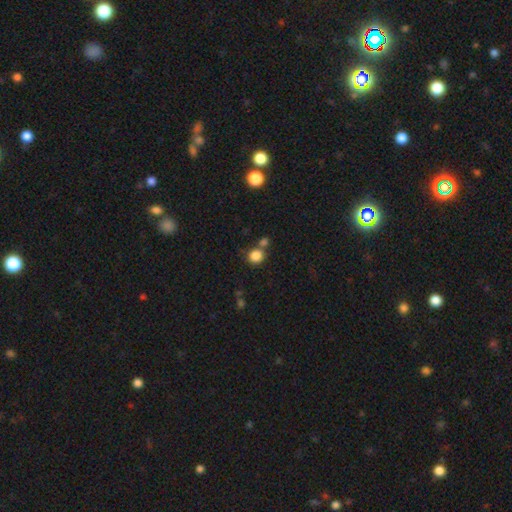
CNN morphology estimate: This appears to be a smooth galaxy with no disk features (84%) that is round (86%). Merging: none (62%).